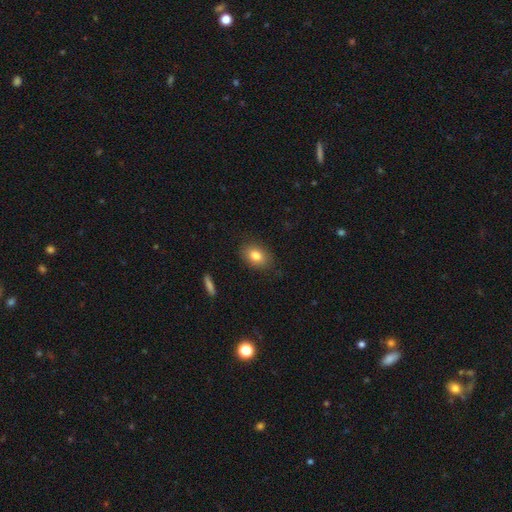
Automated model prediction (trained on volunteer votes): smooth 81%, featured or disk 11%, star or artifact 9%. Down the decision tree: how rounded — in between (79%); merging — none (84%).